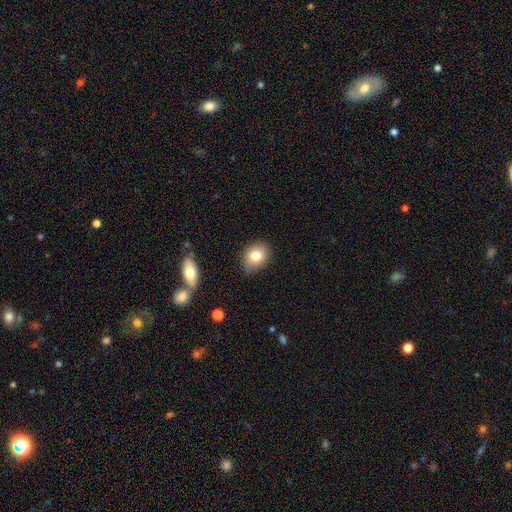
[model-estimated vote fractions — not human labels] Smooth or featured: smooth — 79% (featured or disk — 12%)
How rounded: in between — 54% (round — 45%)
Merging: none — 68% (minor disturbance — 26%)